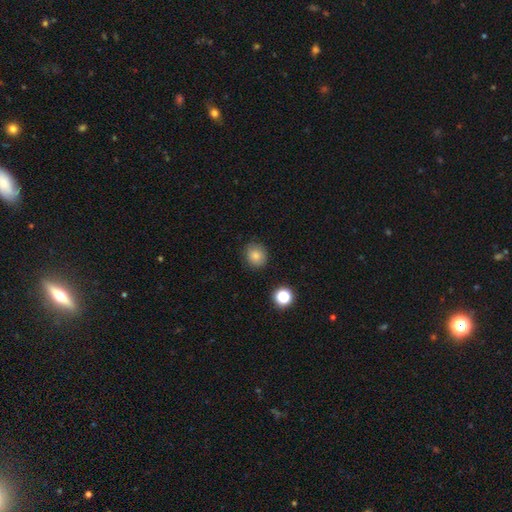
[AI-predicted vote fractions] This appears to be a smooth galaxy with no disk features (82%) that is round (85%). Merging: none (86%).